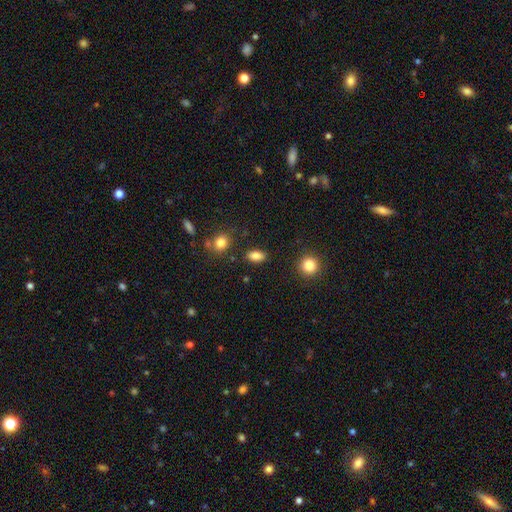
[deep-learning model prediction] Morphology: type=smooth (86%); roundness=in between (86%); merging=none (85%).